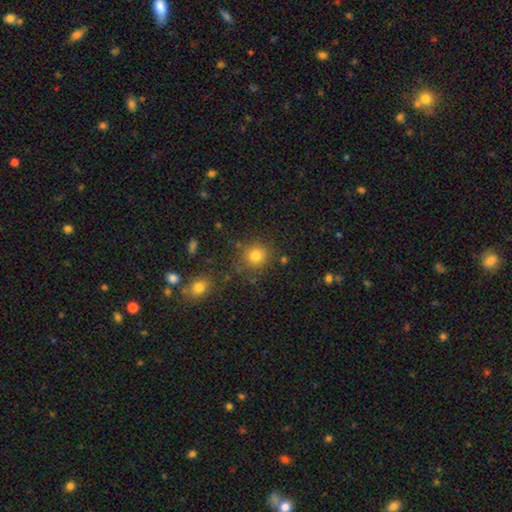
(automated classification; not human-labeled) The model was most divided on "smooth or featured": smooth: 79%, star or artifact: 14%, featured or disk: 7%. More confident: how rounded — round (88%); merging — none (81%).